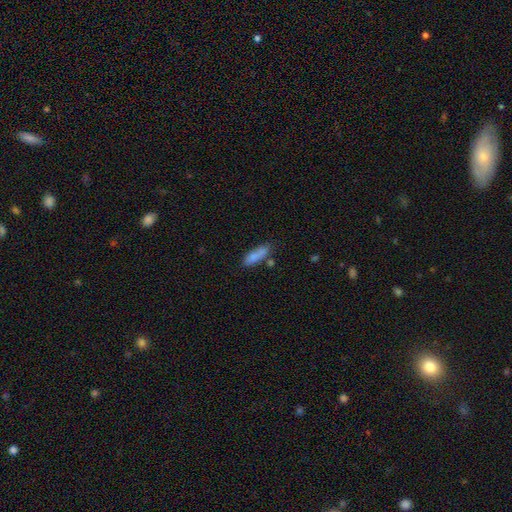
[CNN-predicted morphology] type=smooth (83%); roundness=in between (50%); merging=none (67%).